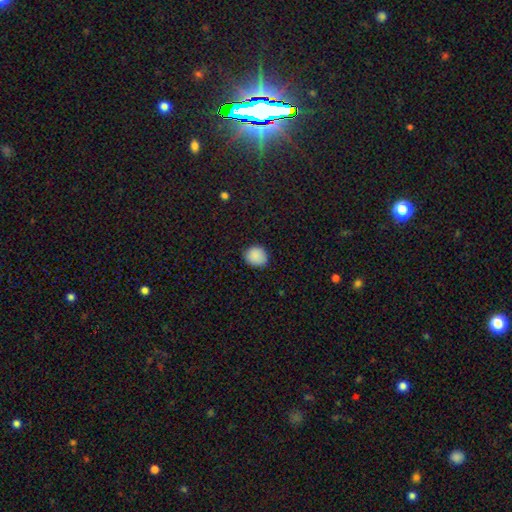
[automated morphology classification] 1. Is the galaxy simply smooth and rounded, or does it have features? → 88% smooth, 8% star or artifact, 3% featured or disk.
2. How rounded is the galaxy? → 75% round, 24% in between, 1% cigar-shaped.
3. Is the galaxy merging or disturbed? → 85% none, 12% minor disturbance, 2% major disturbance, 1% merger.